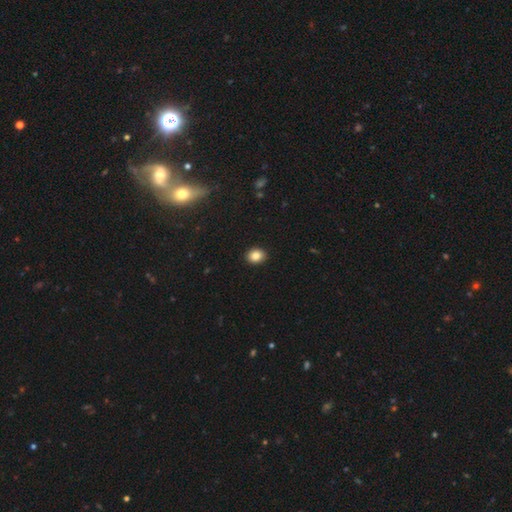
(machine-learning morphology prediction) Overall: smooth (85%). How rounded: round (54%; in between 45%). Merging: none (91%).